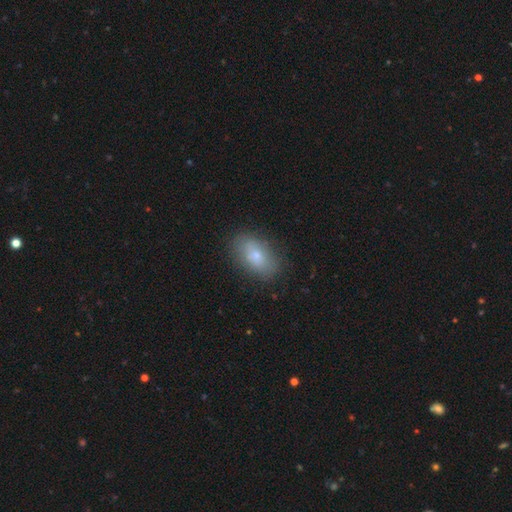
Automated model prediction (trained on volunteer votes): Overall: smooth (72%). How rounded: in between (89%). Merging: none (82%).